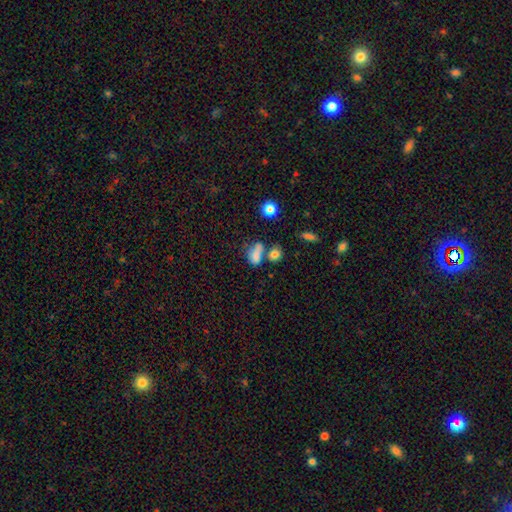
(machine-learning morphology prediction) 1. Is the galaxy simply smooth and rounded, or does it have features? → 75% smooth, 13% star or artifact, 12% featured or disk.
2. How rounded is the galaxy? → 77% in between, 15% round, 8% cigar-shaped.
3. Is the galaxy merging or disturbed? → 37% merger, 34% none, 16% minor disturbance, 13% major disturbance.